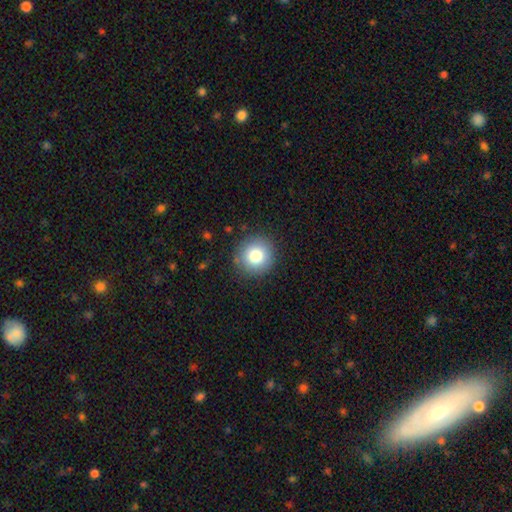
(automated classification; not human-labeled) The model was most divided on "smooth or featured": smooth: 80%, star or artifact: 11%, featured or disk: 10%. More confident: how rounded — round (92%); merging — none (88%).